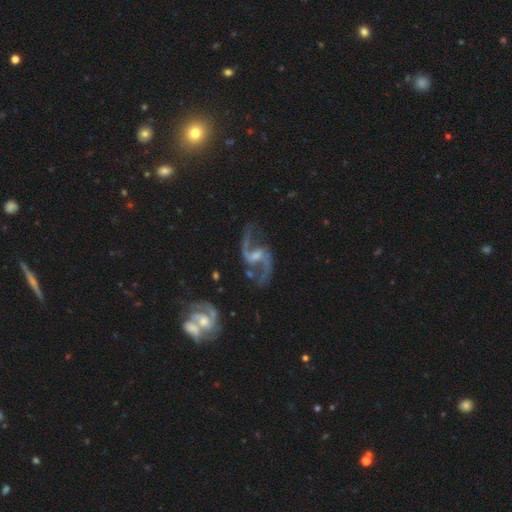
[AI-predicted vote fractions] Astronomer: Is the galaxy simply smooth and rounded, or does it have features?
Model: featured or disk — 91%.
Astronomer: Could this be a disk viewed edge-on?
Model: no — 97%.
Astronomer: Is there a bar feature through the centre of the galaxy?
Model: weak — 53%.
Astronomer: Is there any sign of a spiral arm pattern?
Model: yes — 97%.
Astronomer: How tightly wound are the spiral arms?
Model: loose — 73%.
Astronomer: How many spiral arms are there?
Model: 2 — 94%.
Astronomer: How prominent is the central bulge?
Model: small — 51% (runner-up: moderate, 31%).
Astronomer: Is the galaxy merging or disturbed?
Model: none — 69%.